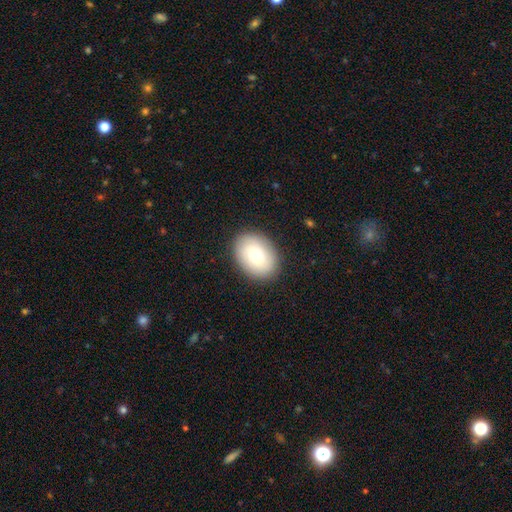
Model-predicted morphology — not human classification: Overall: smooth (73%). How rounded: in between (72%). Merging: none (88%).